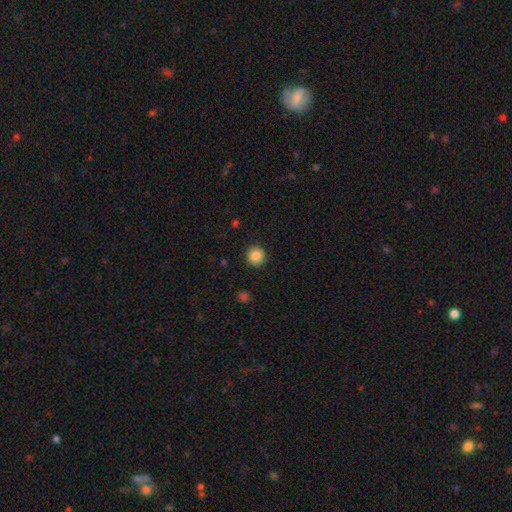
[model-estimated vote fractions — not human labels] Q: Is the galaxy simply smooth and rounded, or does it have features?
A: smooth — 86%.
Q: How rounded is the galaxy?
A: round — 92%.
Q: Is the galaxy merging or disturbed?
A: none — 91%.